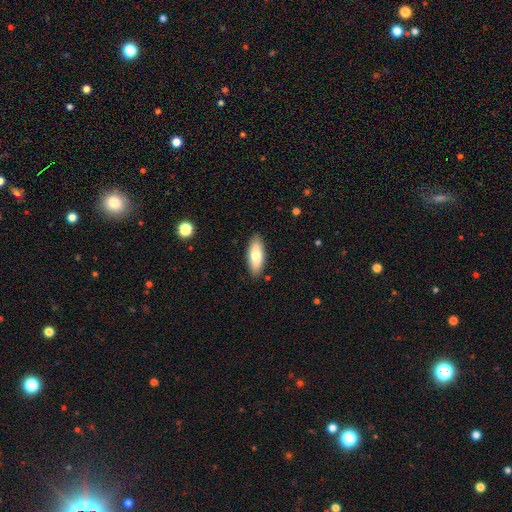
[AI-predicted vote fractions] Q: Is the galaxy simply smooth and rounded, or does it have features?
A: smooth — 73%.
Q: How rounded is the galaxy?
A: in between — 70%.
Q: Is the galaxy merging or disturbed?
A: none — 87%.